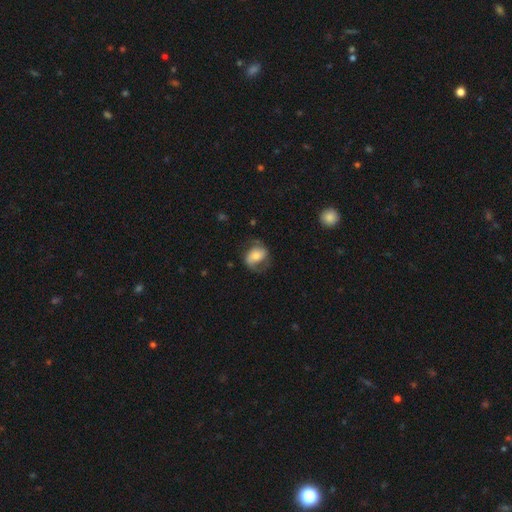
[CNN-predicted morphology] This is possibly a featured or disk galaxy (53%). It is clearly not viewed edge-on (96%). Bar: possibly no (46%). Spiral arm pattern: clearly yes (85%). Central bulge: possibly moderate (45%). Merging: likely none (62%).